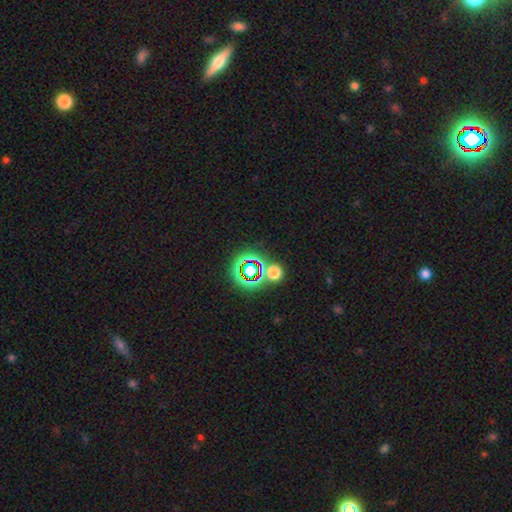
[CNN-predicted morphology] Q: Smooth or featured?
A: star or artifact (58%); runner-up: smooth (23%)